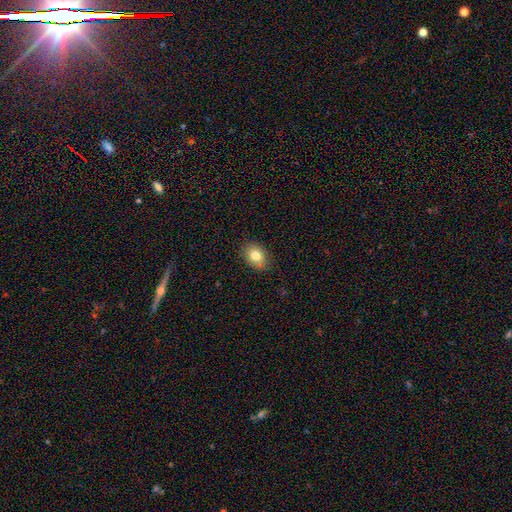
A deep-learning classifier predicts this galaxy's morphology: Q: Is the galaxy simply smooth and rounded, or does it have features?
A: smooth — 80%.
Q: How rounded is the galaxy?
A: in between — 70%.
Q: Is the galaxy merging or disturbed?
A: none — 86%.